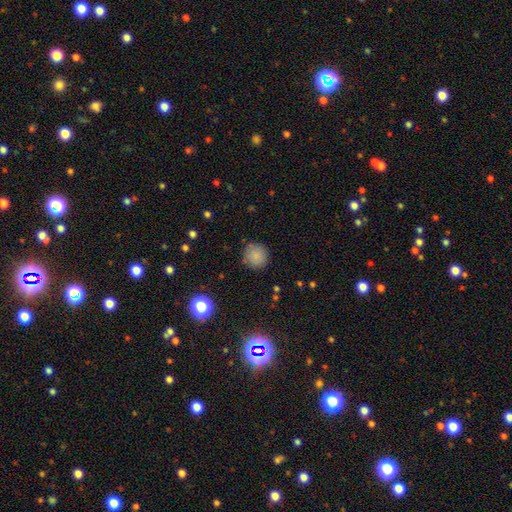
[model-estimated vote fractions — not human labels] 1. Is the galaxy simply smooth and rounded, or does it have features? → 84% smooth, 10% star or artifact, 6% featured or disk.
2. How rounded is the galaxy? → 90% round, 9% in between, 1% cigar-shaped.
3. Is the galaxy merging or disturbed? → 85% none, 11% minor disturbance, 3% major disturbance, 1% merger.